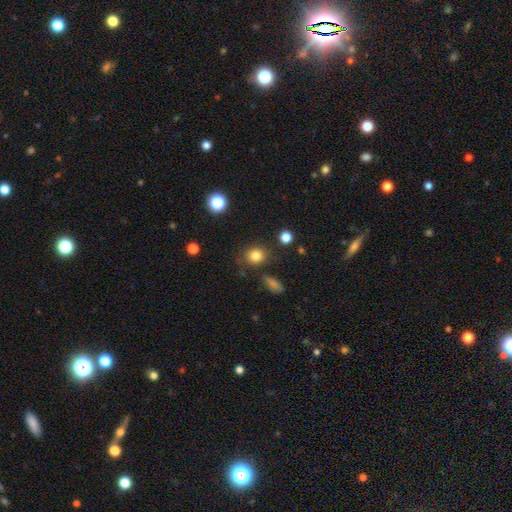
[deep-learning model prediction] smooth-or-featured: smooth: 83% | star or artifact: 12% | featured or disk: 6%
  how-rounded: round: 77% | in between: 22% | cigar-shaped: 1%
  merging: none: 79% | minor disturbance: 12% | merger: 4% | major disturbance: 4%